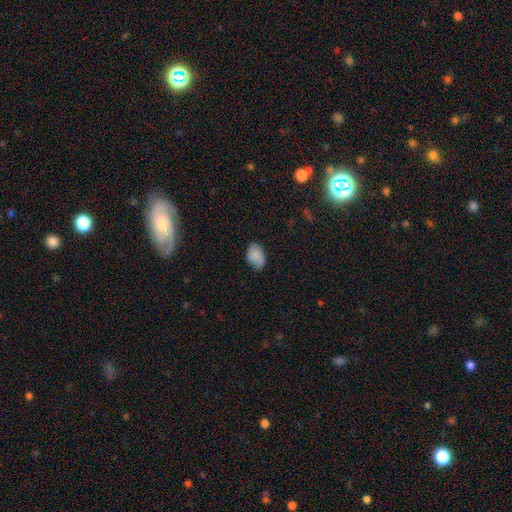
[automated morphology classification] type=smooth (81%); roundness=in between (81%); merging=none (69%).